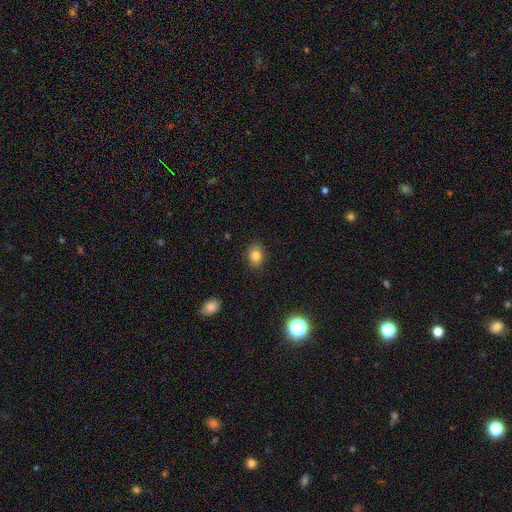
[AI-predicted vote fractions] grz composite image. It shows a smooth galaxy with no disk features (82%) that is in between round and cigar-shaped (65%). Merging: none (87%).